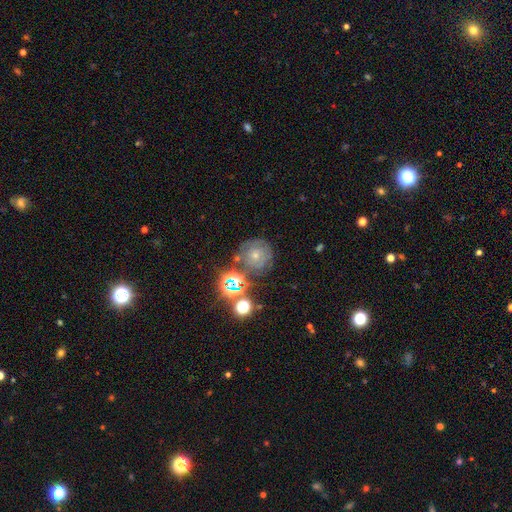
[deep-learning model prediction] This appears to be a featured or disk galaxy (43%). Merging: none (61%).